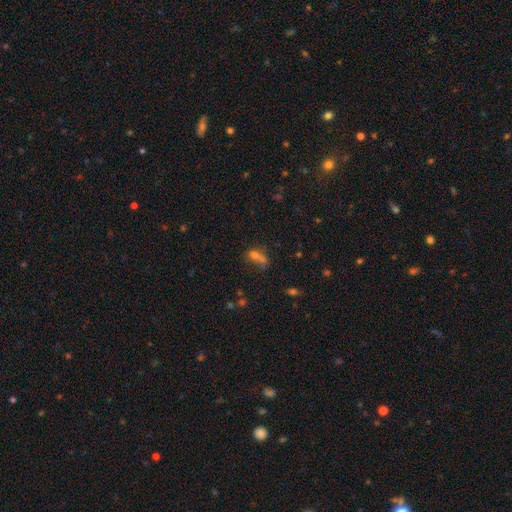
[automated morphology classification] smooth-or-featured: smooth: 57% | star or artifact: 26% | featured or disk: 17%
  how-rounded: in between: 56% | round: 36% | cigar-shaped: 9%
  merging: merger: 42% | none: 36% | minor disturbance: 13% | major disturbance: 10%